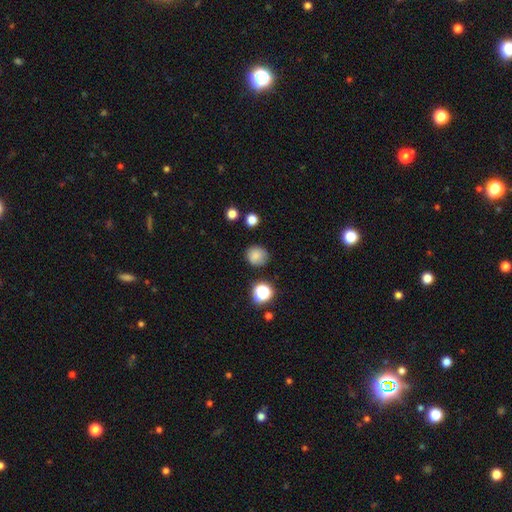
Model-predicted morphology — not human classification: Smooth or featured?
  - smooth: 82% *
  - star or artifact: 13%
  - featured or disk: 5%
How rounded?
  - round: 86% *
  - in between: 13%
  - cigar-shaped: 1%
Merging?
  - none: 83% *
  - minor disturbance: 11%
  - major disturbance: 3%
  - merger: 2%